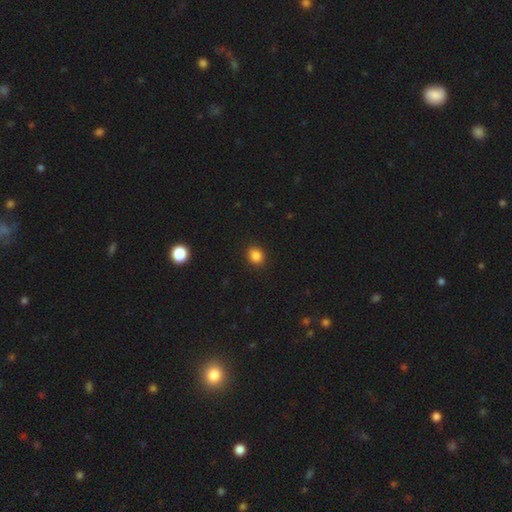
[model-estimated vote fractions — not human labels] smooth_or_featured: smooth (p=0.85) [alt: star or artifact p=0.11]
how_rounded: round (p=0.73) [alt: in between p=0.26]
merging: none (p=0.91) [alt: minor disturbance p=0.07]